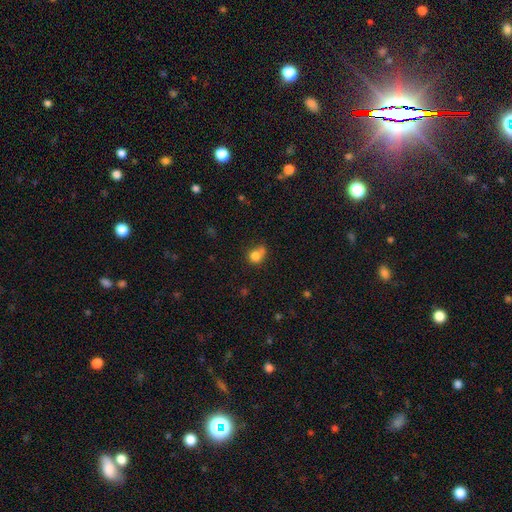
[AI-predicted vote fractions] Smooth or featured?
  - smooth: 80% *
  - star or artifact: 11%
  - featured or disk: 9%
How rounded?
  - round: 75% *
  - in between: 24%
  - cigar-shaped: 1%
Merging?
  - none: 44% *
  - merger: 28%
  - minor disturbance: 19%
  - major disturbance: 8%